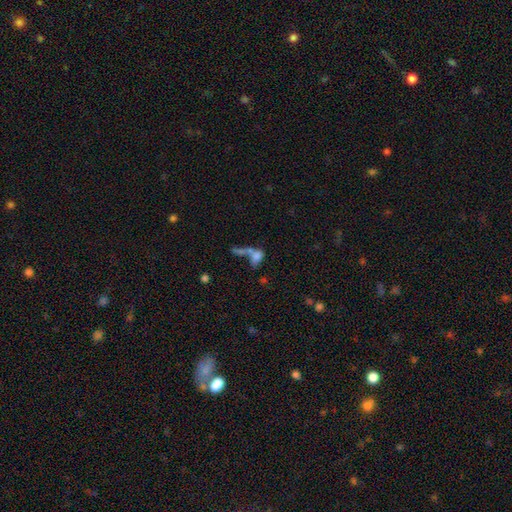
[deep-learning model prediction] Smooth or featured: smooth — 62% (featured or disk — 24%)
How rounded: in between — 68% (cigar-shaped — 18%)
Merging: merger — 55% (none — 22%)